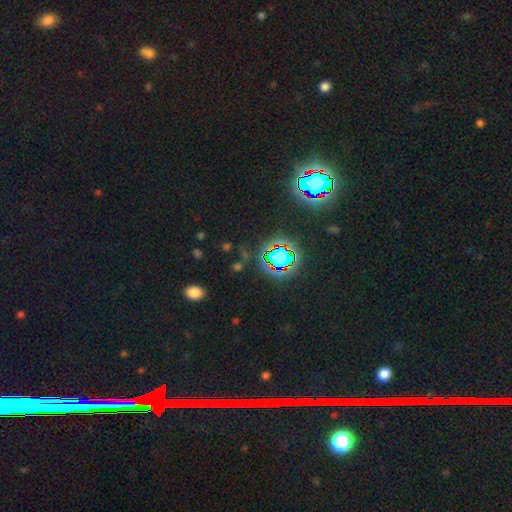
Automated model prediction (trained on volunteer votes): Smooth or featured? star or artifact (84%)